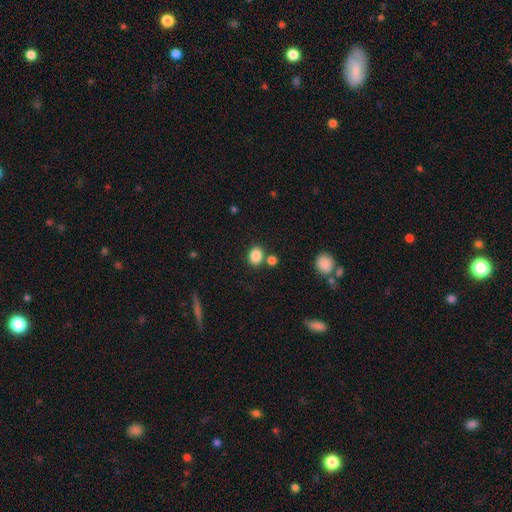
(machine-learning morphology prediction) Q: Smooth or featured?
A: smooth (86%); runner-up: star or artifact (10%)
Q: How rounded?
A: in between (54%); runner-up: round (45%)
Q: Merging?
A: none (73%); runner-up: merger (14%)